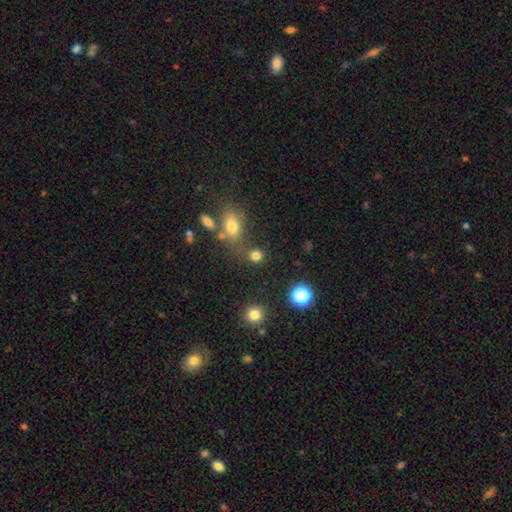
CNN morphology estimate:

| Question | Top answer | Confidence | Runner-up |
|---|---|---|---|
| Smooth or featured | smooth | 78% | star or artifact (16%) |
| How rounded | round | 74% | in between (24%) |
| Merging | none | 66% | merger (16%) |